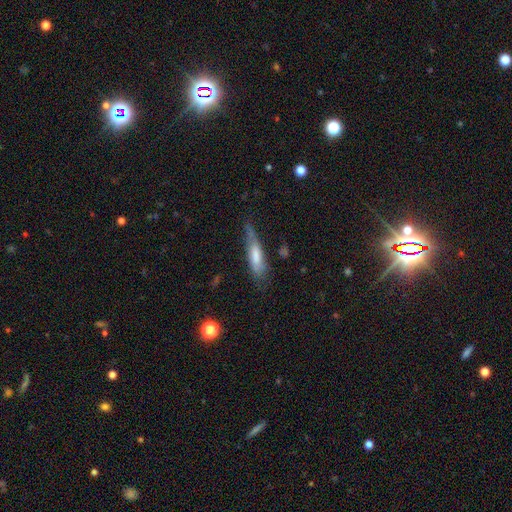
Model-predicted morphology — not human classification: This is possibly a smooth galaxy (56%). How rounded: likely cigar-shaped (74%). Merging: possibly none (57%).